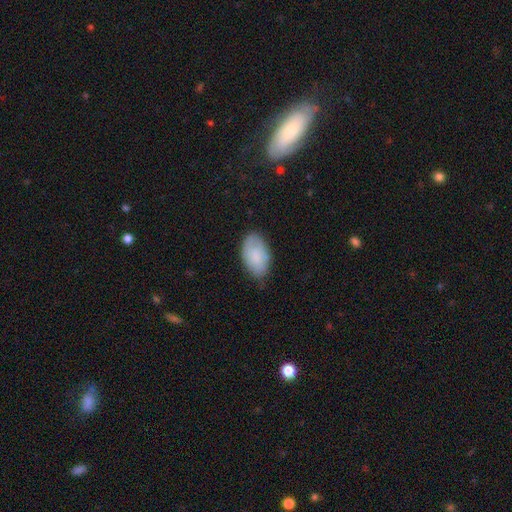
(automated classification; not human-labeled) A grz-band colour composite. It shows a smooth galaxy with no disk features (79%) that is in between round and cigar-shaped (94%). Merging: none (71%).